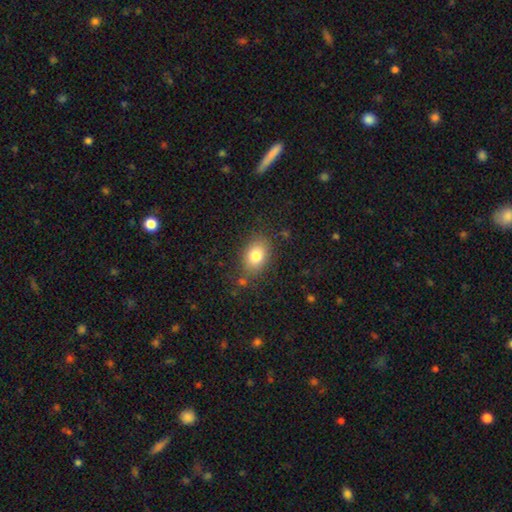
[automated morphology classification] This is clearly a smooth galaxy (81%). How rounded: likely in between (76%). Merging: clearly none (80%).